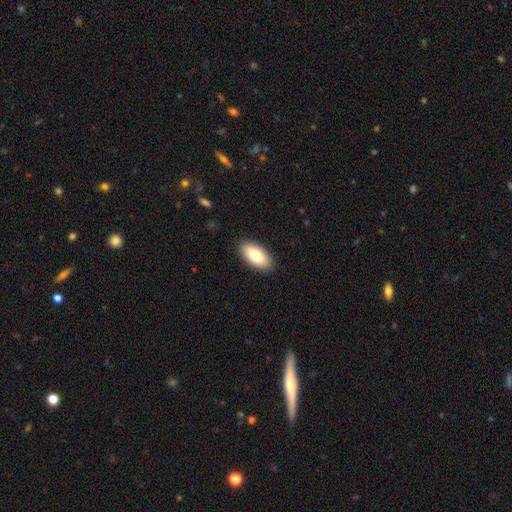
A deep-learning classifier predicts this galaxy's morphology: The model was most divided on "smooth or featured": smooth: 79%, featured or disk: 15%, star or artifact: 6%. More confident: how rounded — in between (92%); merging — none (89%).